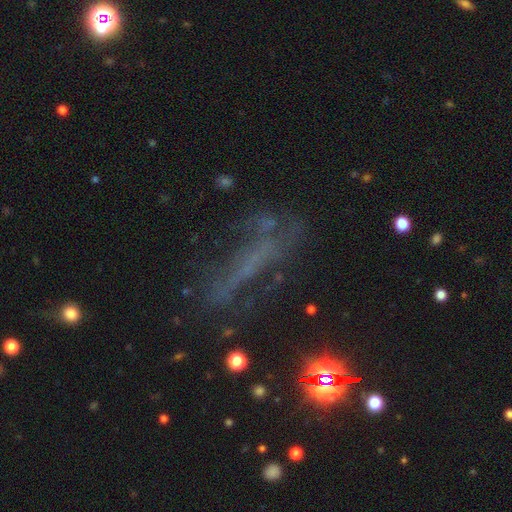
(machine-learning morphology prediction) Overall: featured or disk (44%; smooth 28%). Merging: none (50%; major disturbance 24%).